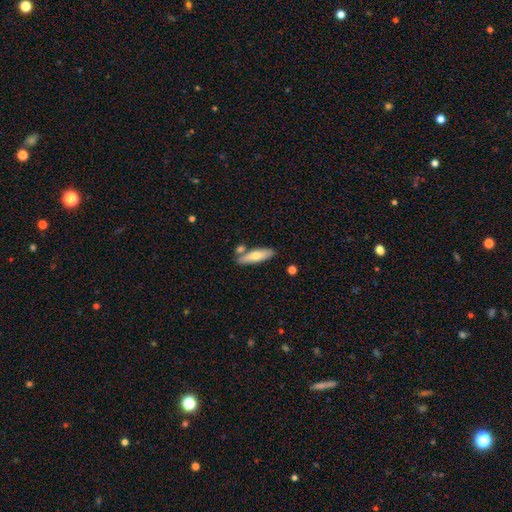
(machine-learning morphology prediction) Smooth or featured: smooth — 66% (featured or disk — 28%)
How rounded: cigar-shaped — 61% (in between — 37%)
Merging: none — 73% (merger — 12%)